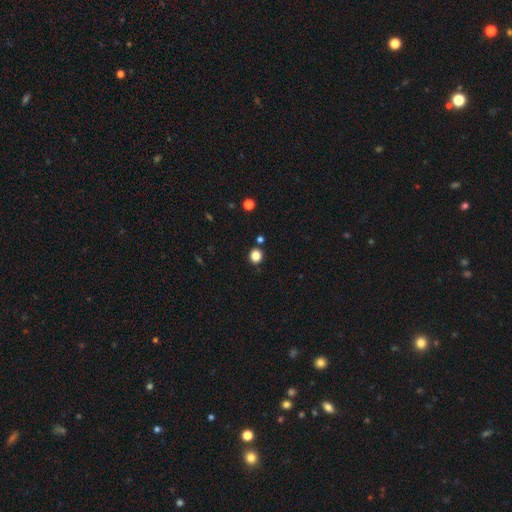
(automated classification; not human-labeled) Smooth or featured? Predicted: smooth (p=0.85). How rounded? Predicted: round (p=0.84). Merging? Predicted: none (p=0.87).